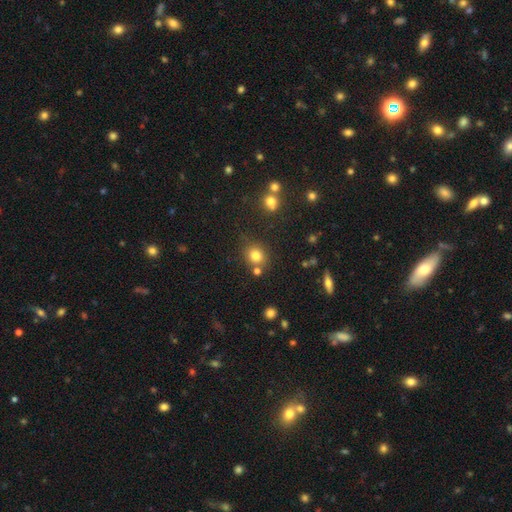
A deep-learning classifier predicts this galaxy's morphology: type=smooth (79%); roundness=round (76%); merging=none (74%).